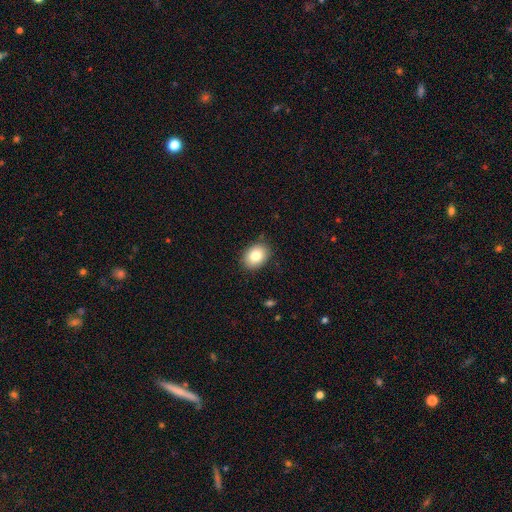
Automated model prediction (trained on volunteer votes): smooth 83%, featured or disk 9%, star or artifact 8%. Down the decision tree: how rounded — in between (68%); merging — none (87%).